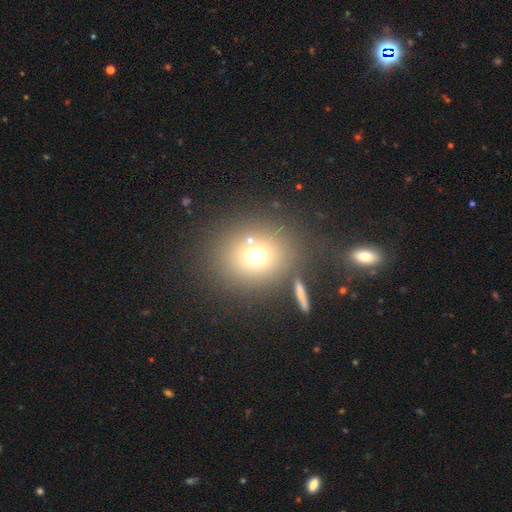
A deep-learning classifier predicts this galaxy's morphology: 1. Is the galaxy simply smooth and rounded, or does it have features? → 70% smooth, 18% star or artifact, 11% featured or disk.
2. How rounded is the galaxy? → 77% round, 22% in between, 1% cigar-shaped.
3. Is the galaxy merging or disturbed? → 72% none, 14% merger, 9% minor disturbance, 6% major disturbance.